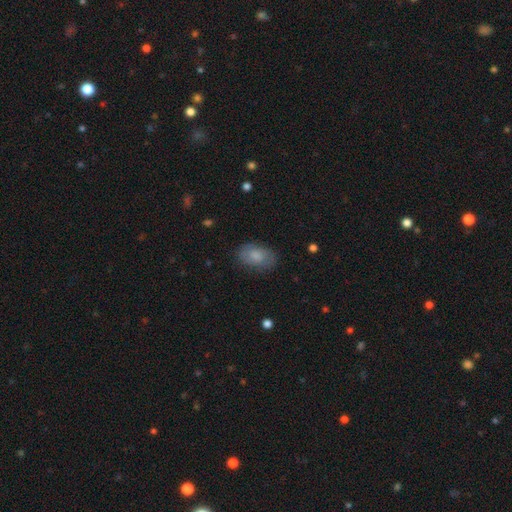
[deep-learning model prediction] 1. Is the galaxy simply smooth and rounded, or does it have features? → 75% smooth, 18% featured or disk, 8% star or artifact.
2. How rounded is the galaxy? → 90% in between, 8% round, 1% cigar-shaped.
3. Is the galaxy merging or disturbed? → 80% none, 15% minor disturbance, 4% major disturbance, 1% merger.